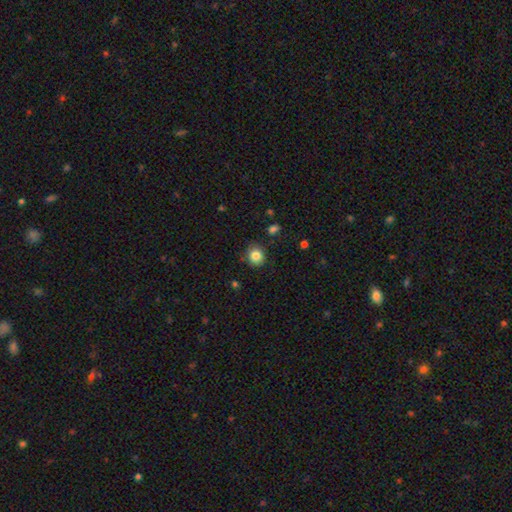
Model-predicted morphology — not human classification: This is clearly a smooth galaxy (84%). How rounded: clearly round (82%). Merging: clearly none (85%).